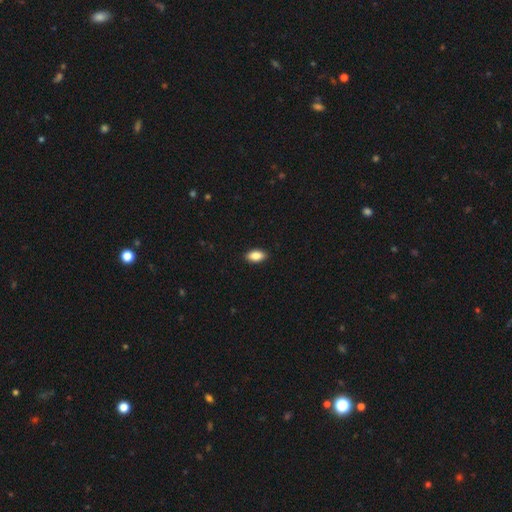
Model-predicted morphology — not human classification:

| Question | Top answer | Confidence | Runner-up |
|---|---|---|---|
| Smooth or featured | smooth | 87% | star or artifact (7%) |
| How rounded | in between | 92% | round (5%) |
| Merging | none | 90% | minor disturbance (8%) |